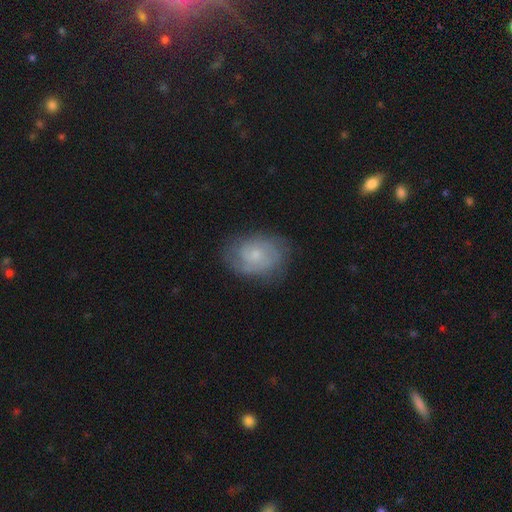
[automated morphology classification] The model was most divided on "spiral arm count": 2: 45%, can't tell: 33%, 3: 10%, 1: 5%, 4: 3%, more than 4: 3%. More confident: edge-on disk — no (97%); spiral arms — yes (87%); bar — no (73%); merging — none (73%); bulge size — small (64%); smooth or featured — featured or disk (64%); spiral winding — tight (51%).